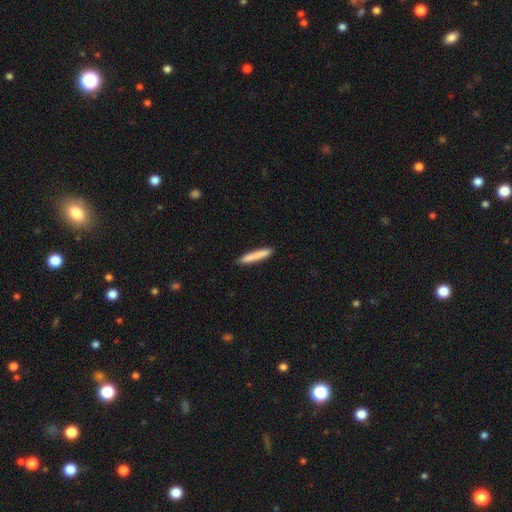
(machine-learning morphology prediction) Overall: smooth (83%). How rounded: cigar-shaped (93%). Merging: none (89%).